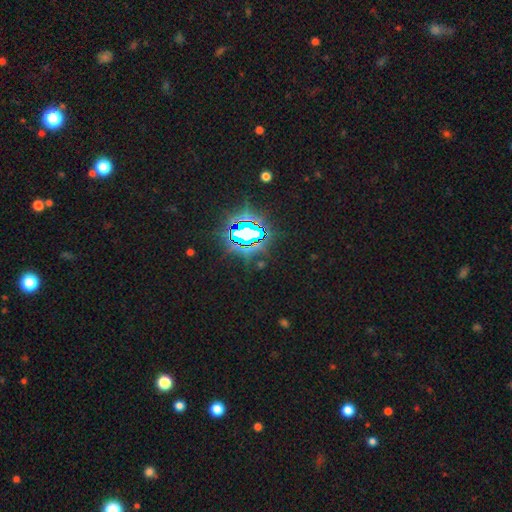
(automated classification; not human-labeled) smooth_or_featured: star or artifact (p=0.82) [alt: smooth p=0.11]